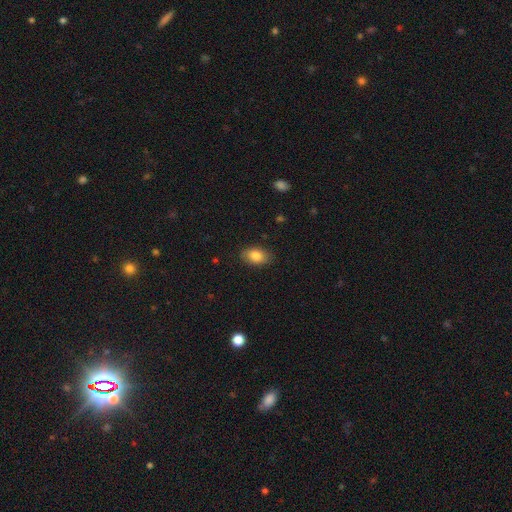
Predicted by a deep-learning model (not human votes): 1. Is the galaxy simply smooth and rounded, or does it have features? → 84% smooth, 8% featured or disk, 8% star or artifact.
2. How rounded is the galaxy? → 86% in between, 13% round, 2% cigar-shaped.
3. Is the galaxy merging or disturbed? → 86% none, 11% minor disturbance, 2% major disturbance, 1% merger.